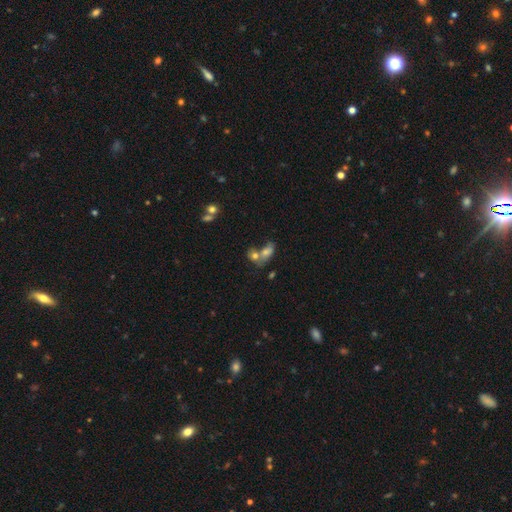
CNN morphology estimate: This is likely a smooth galaxy (63%). How rounded: likely in between (64%). Merging: possibly merger (56%).